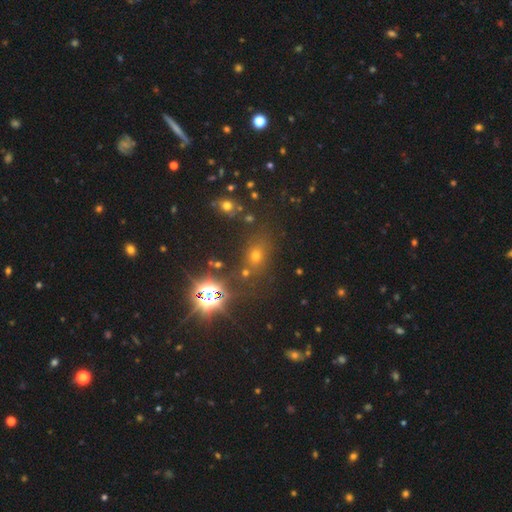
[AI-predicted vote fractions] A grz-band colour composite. It shows a star or artifact, not a galaxy (47%).